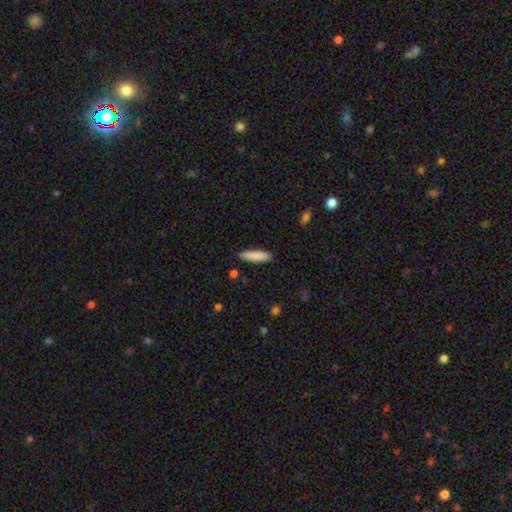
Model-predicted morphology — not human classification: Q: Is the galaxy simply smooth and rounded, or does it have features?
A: smooth — 86%.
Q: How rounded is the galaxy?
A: cigar-shaped — 74%.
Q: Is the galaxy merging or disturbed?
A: none — 88%.